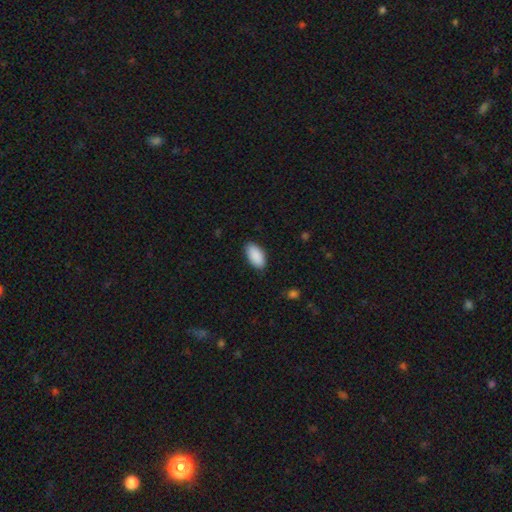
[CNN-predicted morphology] smooth 91%, star or artifact 6%, featured or disk 3%. Down the decision tree: how rounded — in between (95%); merging — none (86%).